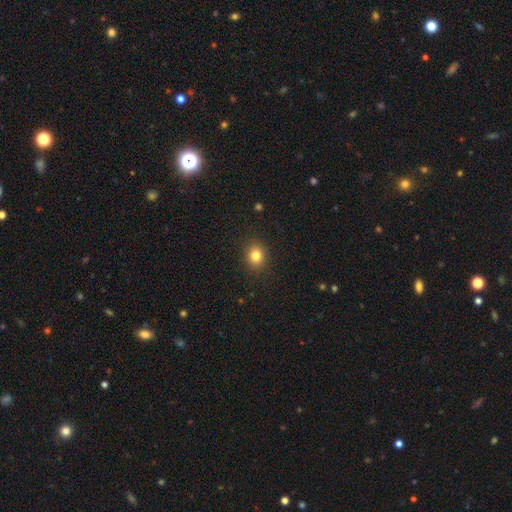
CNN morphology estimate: This appears to be a smooth galaxy with no disk features (82%) that is round (70%). Merging: none (90%).